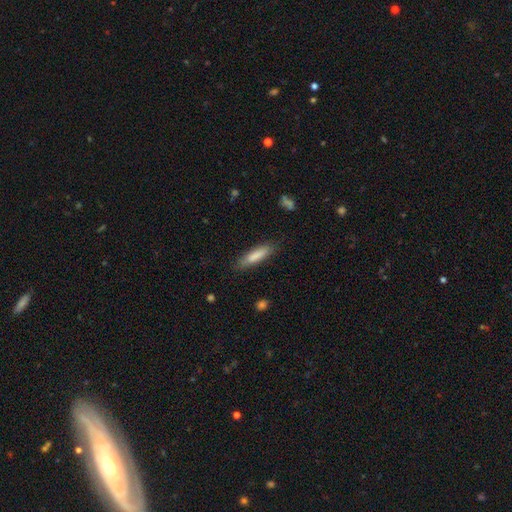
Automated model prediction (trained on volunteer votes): The model was most divided on "how rounded": cigar-shaped: 76%, in between: 22%, round: 1%. More confident: merging — none (83%); smooth or featured — smooth (81%).